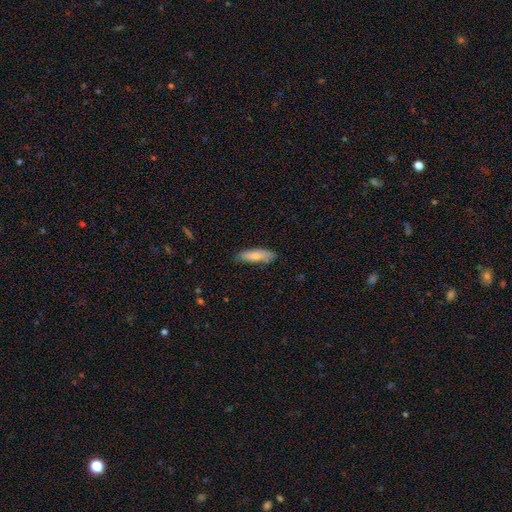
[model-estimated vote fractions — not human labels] smooth 76%, featured or disk 18%, star or artifact 6%. Down the decision tree: how rounded — cigar-shaped (57%); merging — none (80%).